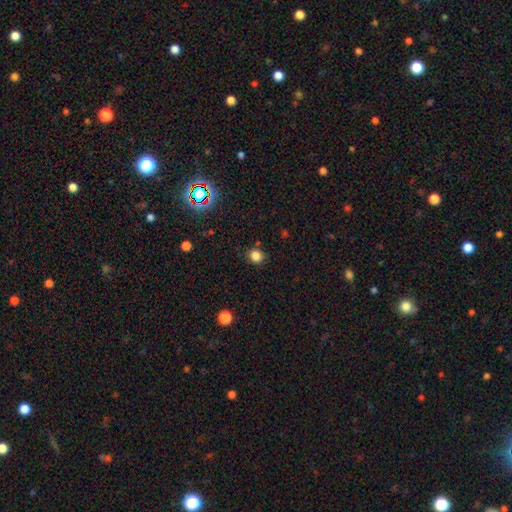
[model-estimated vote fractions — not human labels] smooth-or-featured: smooth: 82% | star or artifact: 14% | featured or disk: 4%
  how-rounded: round: 84% | in between: 15% | cigar-shaped: 1%
  merging: none: 85% | minor disturbance: 10% | merger: 3% | major disturbance: 3%